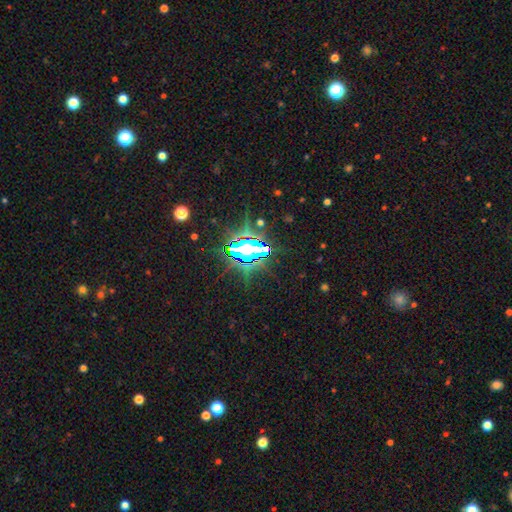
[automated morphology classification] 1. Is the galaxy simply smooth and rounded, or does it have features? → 81% star or artifact, 10% smooth, 8% featured or disk.